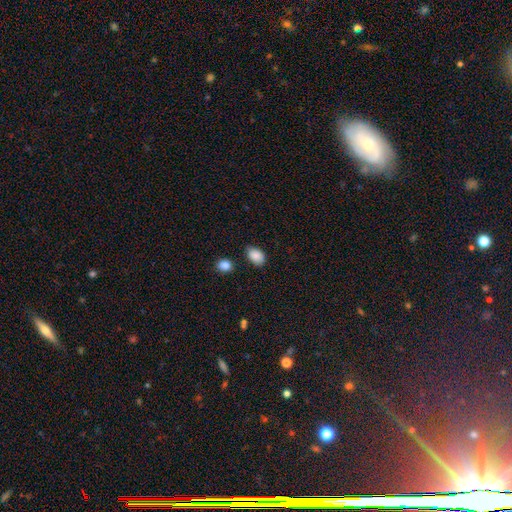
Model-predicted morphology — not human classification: Smooth or featured? smooth (89%)
How rounded? in between (82%)
Merging? none (77%)